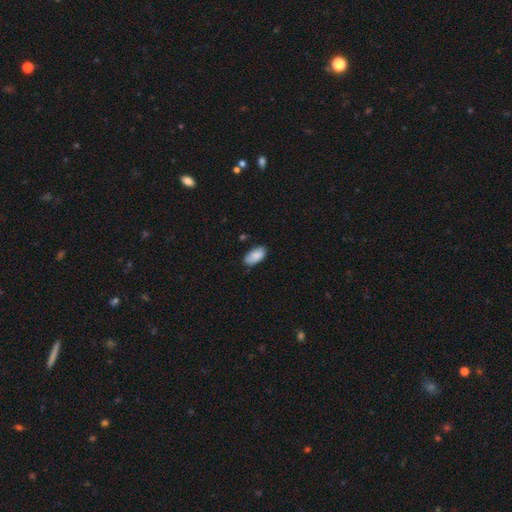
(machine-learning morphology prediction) Smooth or featured? smooth (84%)
How rounded? in between (94%)
Merging? none (68%)